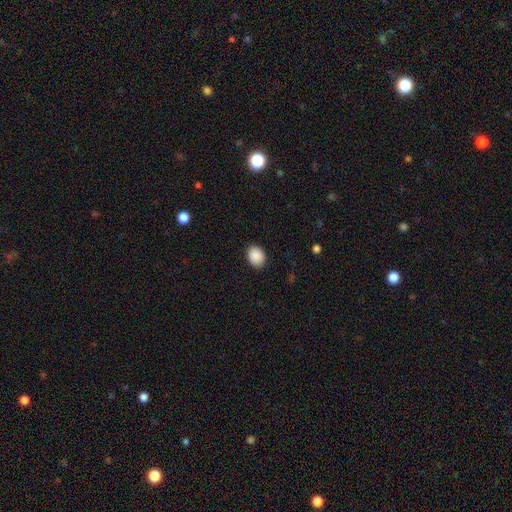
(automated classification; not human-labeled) Overall: smooth (90%). How rounded: in between (54%; round 45%). Merging: none (89%).